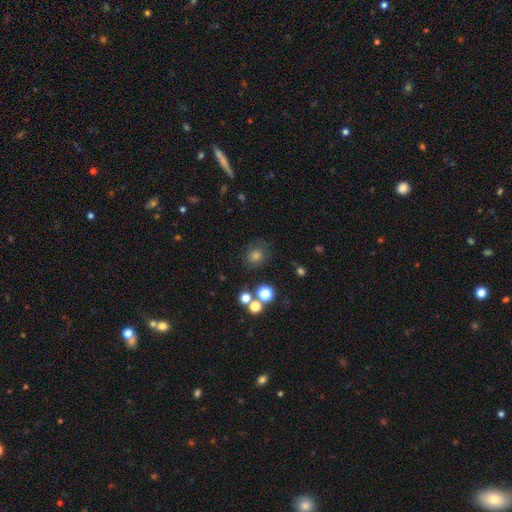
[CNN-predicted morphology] type=smooth (67%); roundness=round (83%); merging=none (78%).